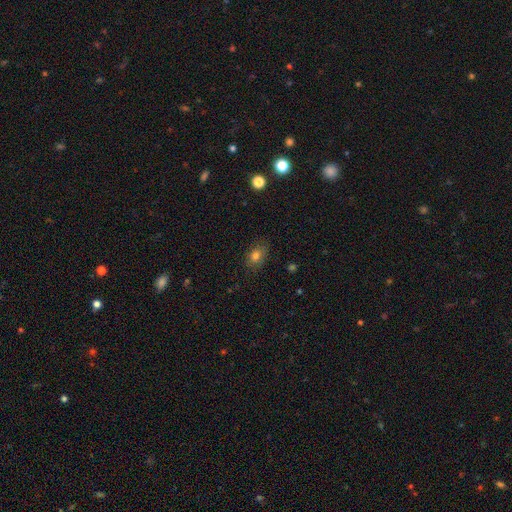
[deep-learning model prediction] This is likely a smooth galaxy (79%). How rounded: likely in between (73%). Merging: clearly none (80%).